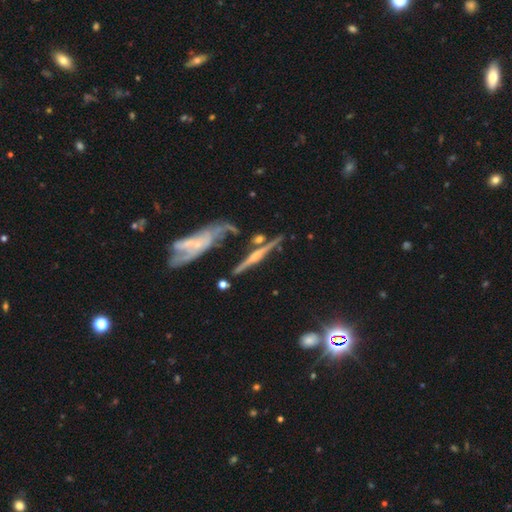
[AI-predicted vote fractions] This appears to be a featured or disk galaxy (80%) viewed edge-on (92%) with a rounded central bulge (79%). Merging: none (65%).